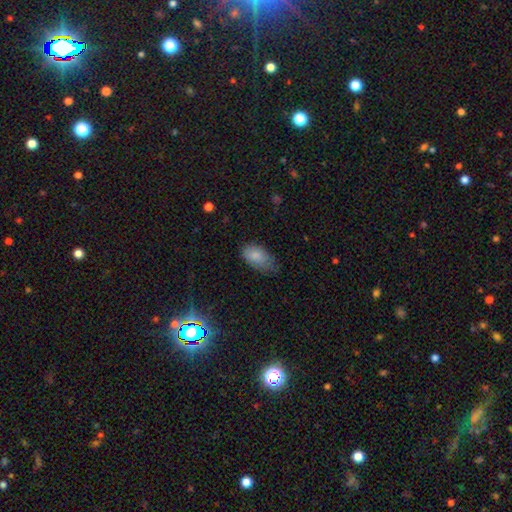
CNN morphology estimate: This appears to be a smooth galaxy with no disk features (84%) that is in between round and cigar-shaped (93%). Merging: none (50%).